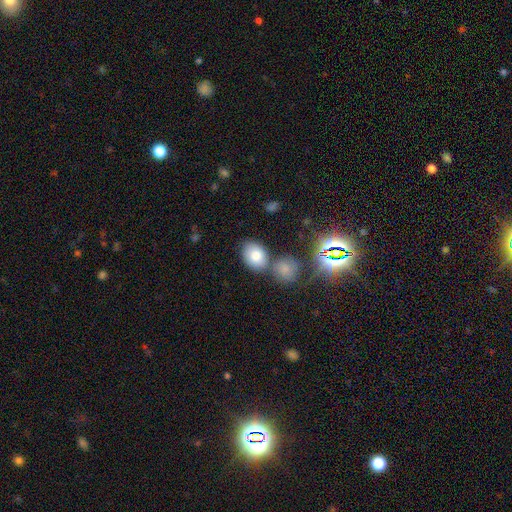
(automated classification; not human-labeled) A smooth galaxy with no disk features (79%) that is in between round and cigar-shaped (67%). Merging: none (63%).